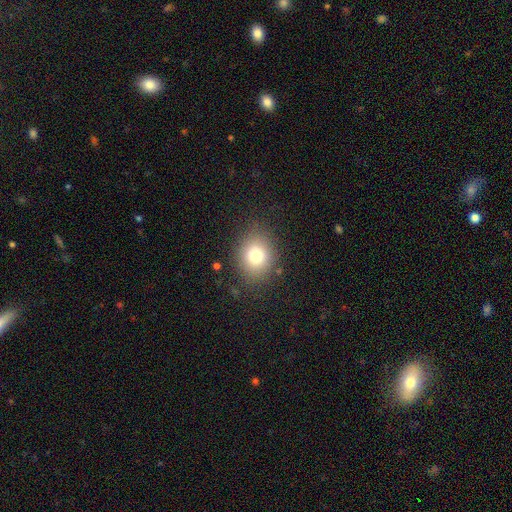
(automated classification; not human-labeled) Morphology: type=smooth (77%); roundness=round (63%); merging=none (83%).